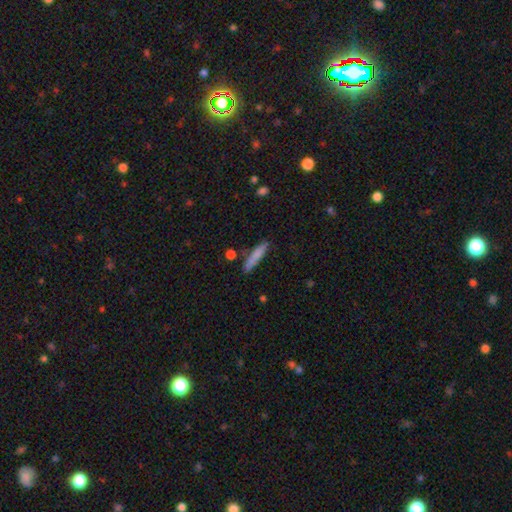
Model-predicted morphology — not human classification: This is likely a smooth galaxy (78%). How rounded: clearly cigar-shaped (88%). Merging: likely none (79%).